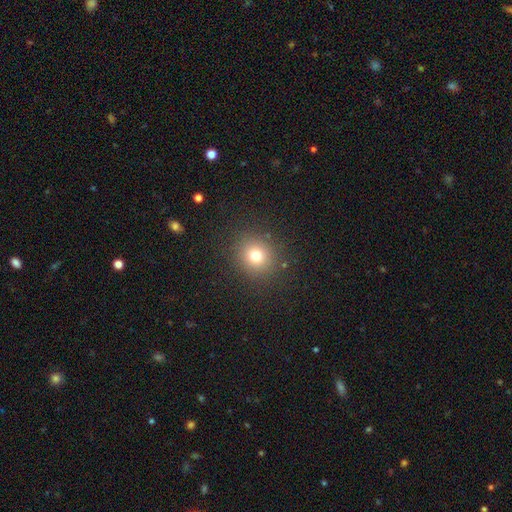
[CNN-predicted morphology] Smooth or featured? Predicted: smooth (p=0.75). How rounded? Predicted: round (p=0.86). Merging? Predicted: none (p=0.88).